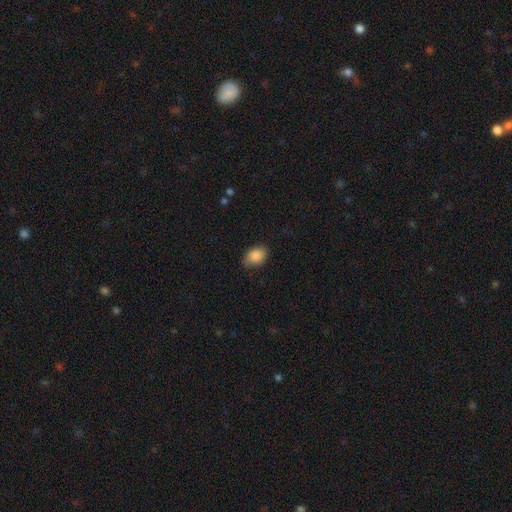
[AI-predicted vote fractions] smooth 88%, star or artifact 7%, featured or disk 4%. Down the decision tree: how rounded — in between (84%); merging — none (82%).